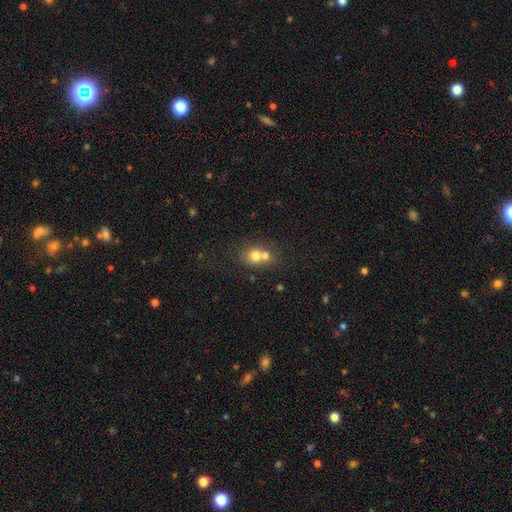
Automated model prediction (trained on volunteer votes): Morphology: type=smooth (71%); roundness=round (66%); merging=merger (61%).